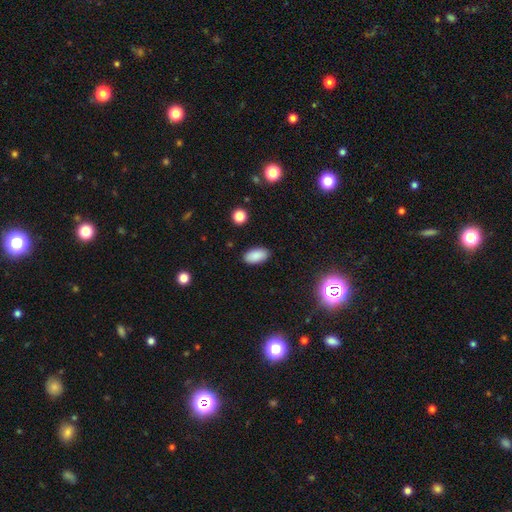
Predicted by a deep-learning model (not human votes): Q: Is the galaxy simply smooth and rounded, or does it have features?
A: smooth — 87%.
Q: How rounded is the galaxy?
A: in between — 94%.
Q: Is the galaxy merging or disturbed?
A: none — 89%.